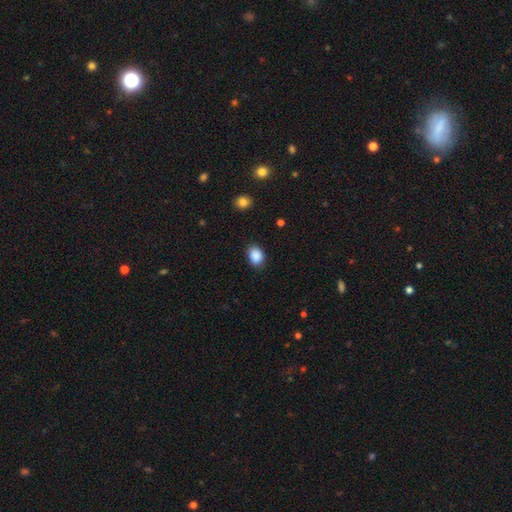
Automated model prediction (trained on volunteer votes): Smooth or featured?
  - smooth: 89% *
  - star or artifact: 8%
  - featured or disk: 3%
How rounded?
  - in between: 70% *
  - round: 29%
  - cigar-shaped: 1%
Merging?
  - none: 83% *
  - minor disturbance: 13%
  - major disturbance: 3%
  - merger: 1%